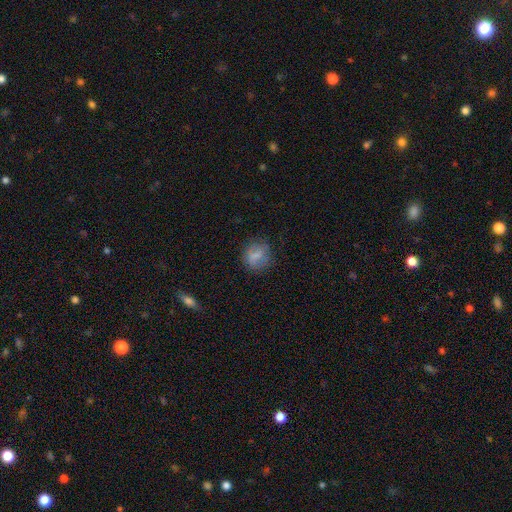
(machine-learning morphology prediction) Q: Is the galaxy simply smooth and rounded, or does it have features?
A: smooth — 69%.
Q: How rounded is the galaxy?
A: round — 77%.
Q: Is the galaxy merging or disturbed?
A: none — 73%.